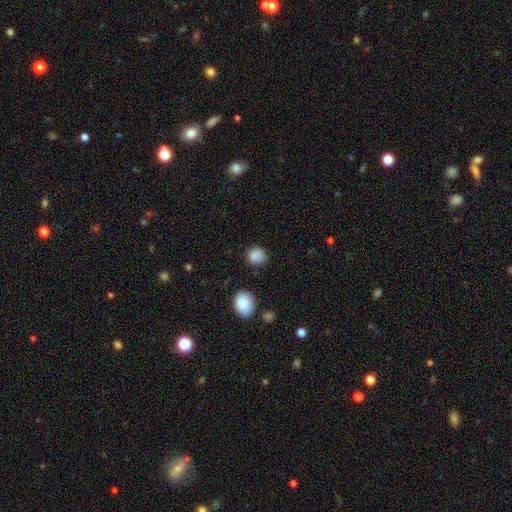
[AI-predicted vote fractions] Smooth or featured? smooth (86%)
How rounded? round (78%)
Merging? none (76%)